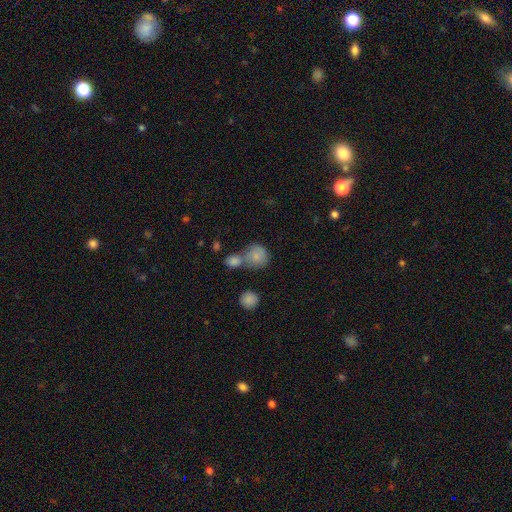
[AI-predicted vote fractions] Smooth or featured? smooth (79%)
How rounded? round (77%)
Merging? merger (47%)